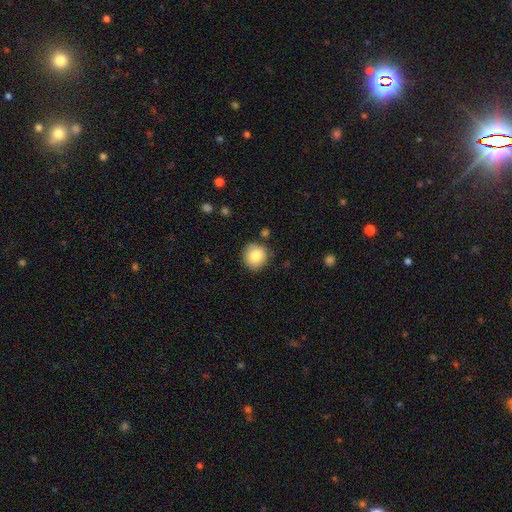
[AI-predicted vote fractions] Overall: smooth (83%). How rounded: round (88%). Merging: none (82%).